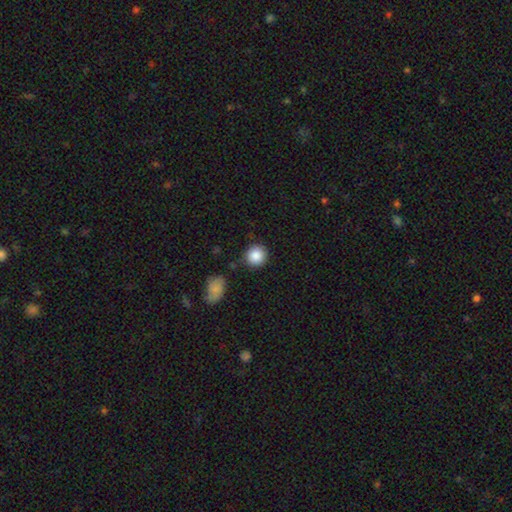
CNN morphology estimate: Smooth or featured?
  - smooth: 88% *
  - star or artifact: 8%
  - featured or disk: 4%
How rounded?
  - round: 91% *
  - in between: 8%
  - cigar-shaped: 1%
Merging?
  - none: 84% *
  - minor disturbance: 10%
  - merger: 4%
  - major disturbance: 3%